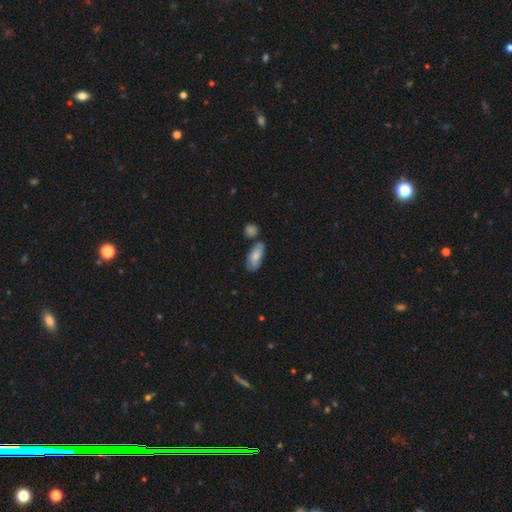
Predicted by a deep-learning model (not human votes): Overall: smooth (78%). How rounded: in between (85%). Merging: none (65%).